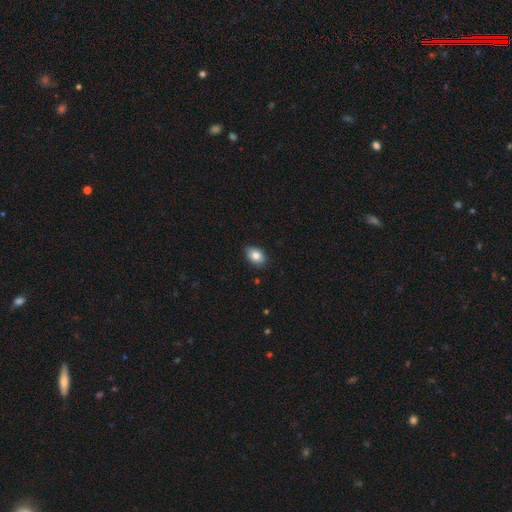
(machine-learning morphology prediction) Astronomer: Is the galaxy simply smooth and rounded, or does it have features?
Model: smooth — 83%.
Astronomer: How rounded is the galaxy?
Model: in between — 82%.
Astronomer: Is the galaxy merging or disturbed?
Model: none — 87%.